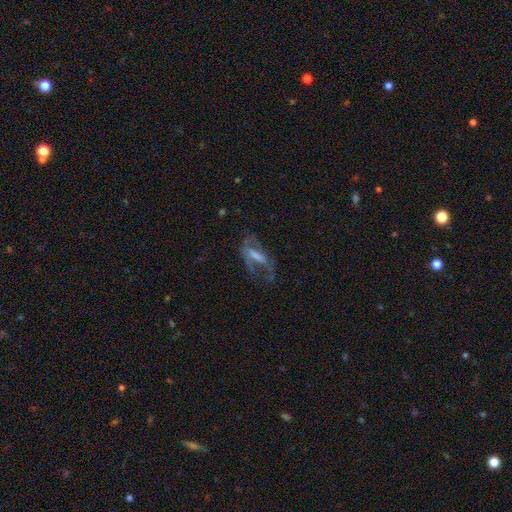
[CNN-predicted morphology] featured or disk 61%, smooth 26%, star or artifact 13%. Down the decision tree: edge-on disk — no (82%); bar — strong (46%); spiral arms — yes (54%); bulge size — none (39%); merging — none (41%).